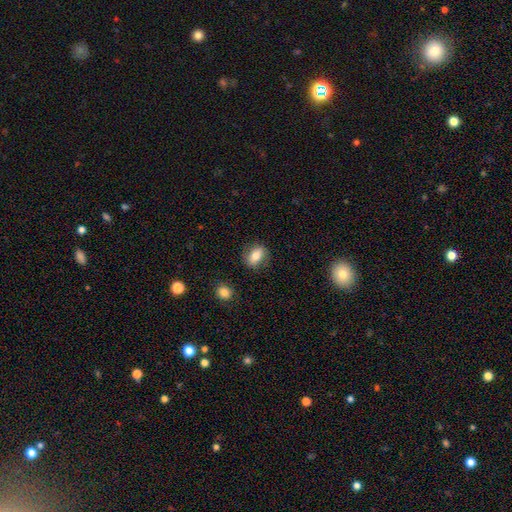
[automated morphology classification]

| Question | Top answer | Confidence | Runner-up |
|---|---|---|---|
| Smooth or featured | smooth | 75% | featured or disk (17%) |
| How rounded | in between | 74% | round (22%) |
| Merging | none | 82% | minor disturbance (13%) |